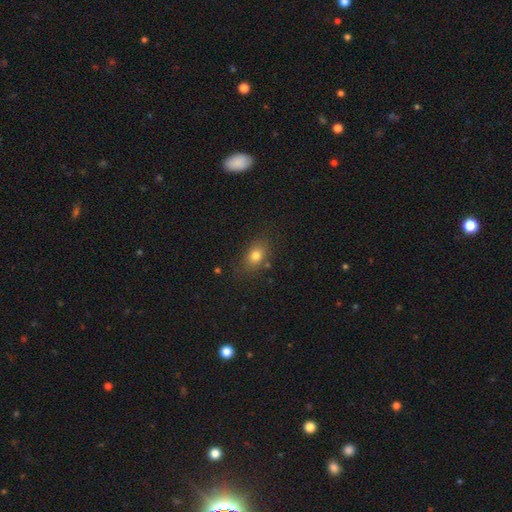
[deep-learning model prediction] A smooth galaxy with no disk features (79%) that is in between round and cigar-shaped (73%).

Vote fractions:
- Smooth or featured? smooth: 79% / star or artifact: 11% / featured or disk: 10%
- How rounded? in between: 73% / round: 25% / cigar-shaped: 2%
- Merging? none: 79% / minor disturbance: 15% / major disturbance: 4% / merger: 3%